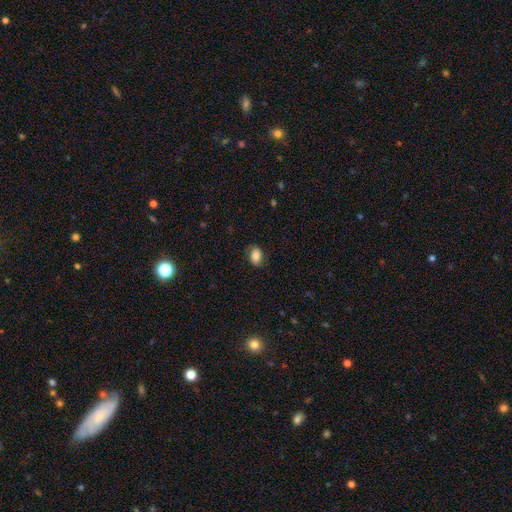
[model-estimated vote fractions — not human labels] This is clearly a smooth galaxy (83%). How rounded: clearly in between (81%). Merging: clearly none (82%).